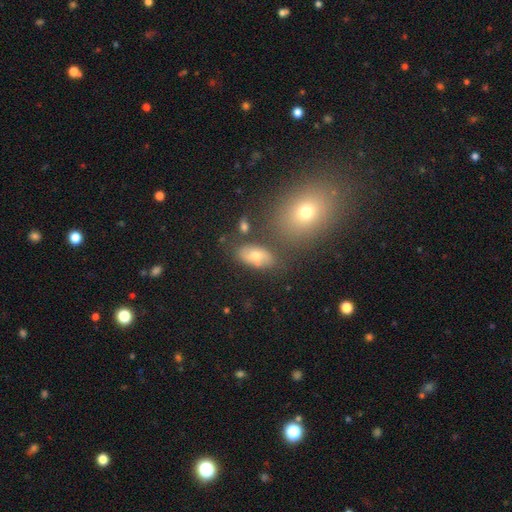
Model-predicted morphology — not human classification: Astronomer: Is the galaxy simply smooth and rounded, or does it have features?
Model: smooth — 56%.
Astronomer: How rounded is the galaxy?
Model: in between — 87%.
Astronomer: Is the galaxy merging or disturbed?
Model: none — 68%.